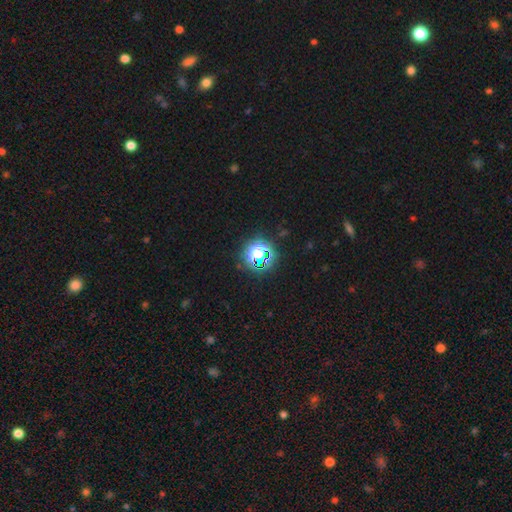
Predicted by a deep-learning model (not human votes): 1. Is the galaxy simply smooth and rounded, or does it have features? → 68% star or artifact, 23% smooth, 9% featured or disk.